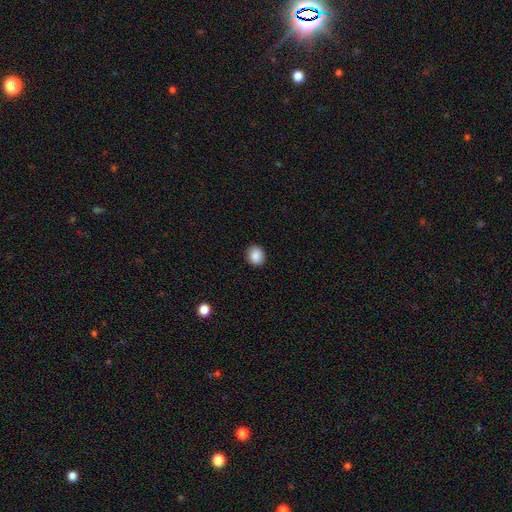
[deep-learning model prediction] Smooth or featured?
  - smooth: 88% *
  - star or artifact: 9%
  - featured or disk: 3%
How rounded?
  - round: 78% *
  - in between: 21%
  - cigar-shaped: 1%
Merging?
  - none: 89% *
  - minor disturbance: 8%
  - major disturbance: 2%
  - merger: 1%